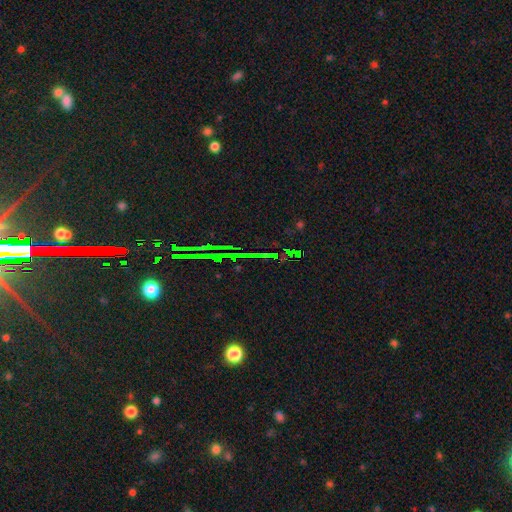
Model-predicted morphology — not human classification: smooth-or-featured: star or artifact: 77% | featured or disk: 12% | smooth: 11%